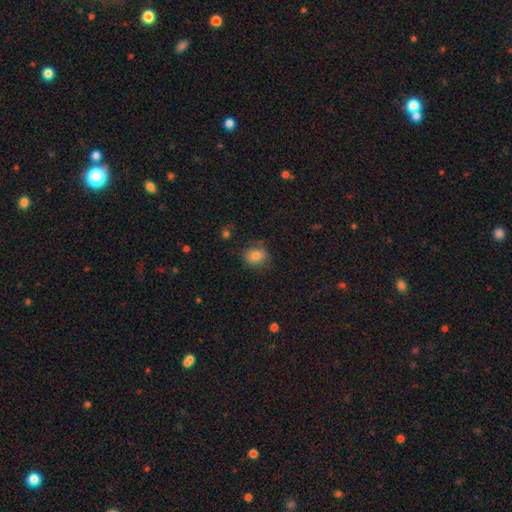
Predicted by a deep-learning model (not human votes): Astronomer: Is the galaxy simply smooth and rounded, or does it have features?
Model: smooth — 80%.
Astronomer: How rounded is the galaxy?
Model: round — 68%.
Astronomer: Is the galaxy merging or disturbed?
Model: none — 73%.